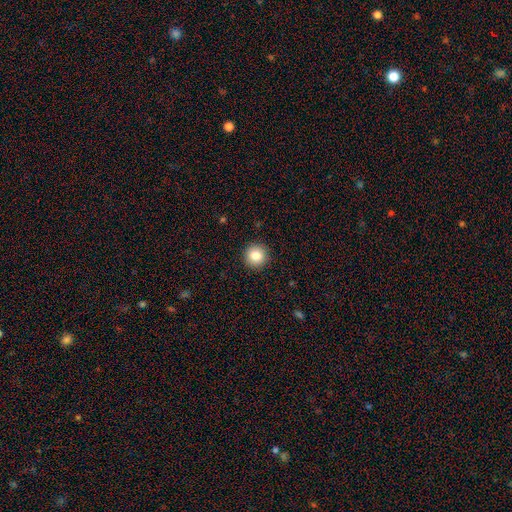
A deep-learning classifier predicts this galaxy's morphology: A smooth galaxy with no disk features (84%) that is round (95%). Merging: none (93%).